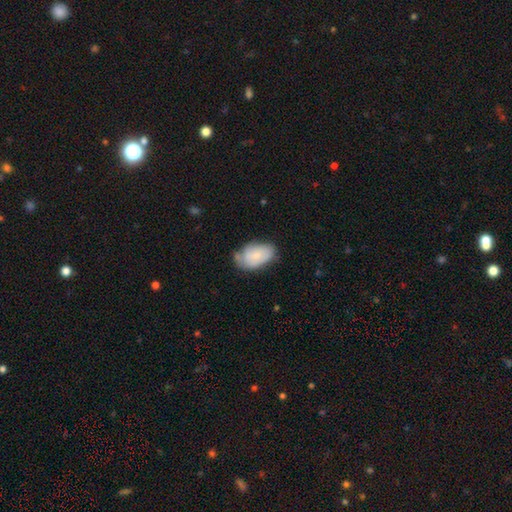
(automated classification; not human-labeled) A smooth galaxy with no disk features (72%) that is in between round and cigar-shaped (93%).

Vote fractions:
- Smooth or featured? smooth: 72% / featured or disk: 21% / star or artifact: 7%
- How rounded? in between: 93% / round: 6% / cigar-shaped: 1%
- Merging? none: 53% / minor disturbance: 34% / major disturbance: 9% / merger: 4%